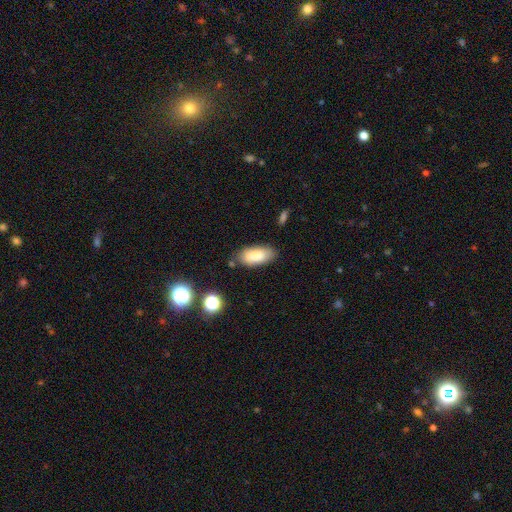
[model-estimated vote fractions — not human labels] Q: Smooth or featured?
A: smooth (83%); runner-up: featured or disk (10%)
Q: How rounded?
A: in between (90%); runner-up: cigar-shaped (8%)
Q: Merging?
A: none (78%); runner-up: minor disturbance (15%)